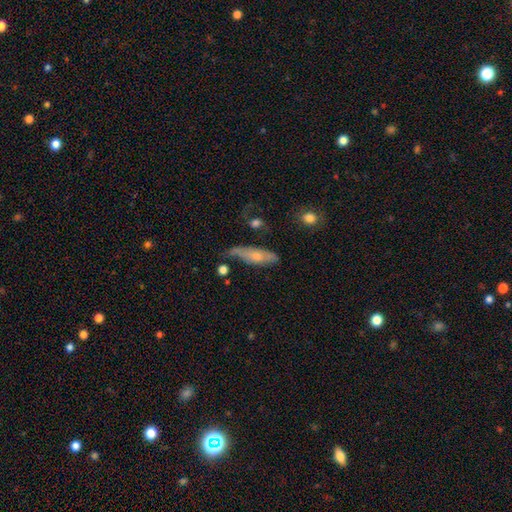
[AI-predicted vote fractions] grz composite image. It shows a smooth galaxy with no disk features (50%) that is cigar-shaped (51%). Merging: none (49%).